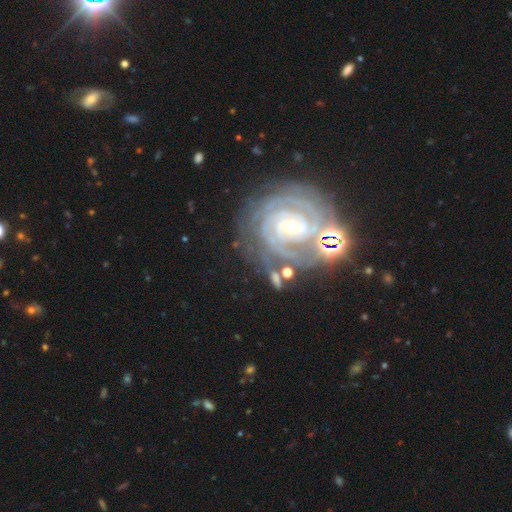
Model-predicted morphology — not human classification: This appears to be a featured or disk galaxy (69%) with no bar (52%), spiral arms (75%) and a small central bulge (54%). Merging: none (56%).